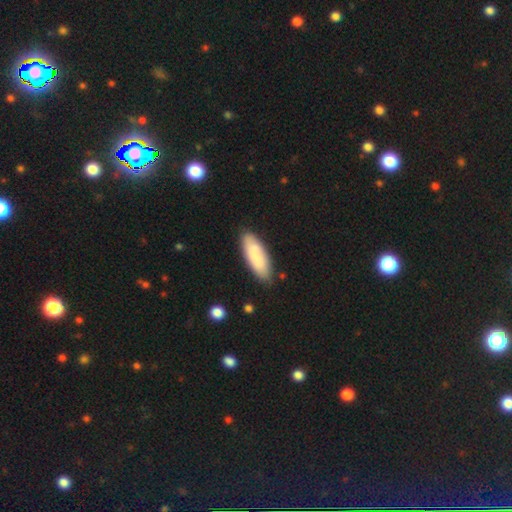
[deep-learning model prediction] Q: Smooth or featured?
A: smooth (79%); runner-up: featured or disk (15%)
Q: How rounded?
A: in between (65%); runner-up: cigar-shaped (33%)
Q: Merging?
A: none (82%); runner-up: minor disturbance (13%)